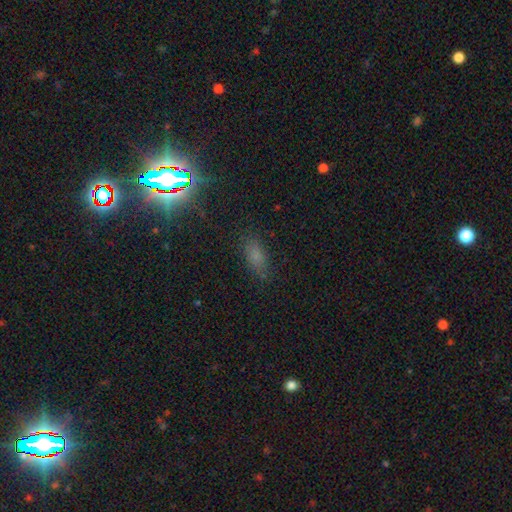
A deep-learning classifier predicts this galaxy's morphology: A smooth galaxy with no disk features (59%) that is in between round and cigar-shaped (80%). Merging: none (78%).